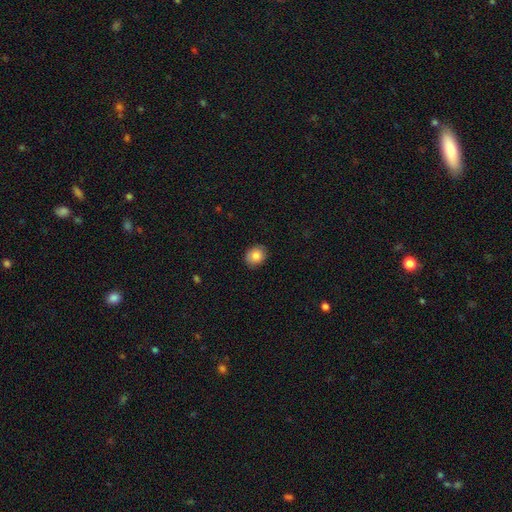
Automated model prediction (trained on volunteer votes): Overall: smooth (85%). How rounded: round (58%; in between 41%). Merging: none (88%).